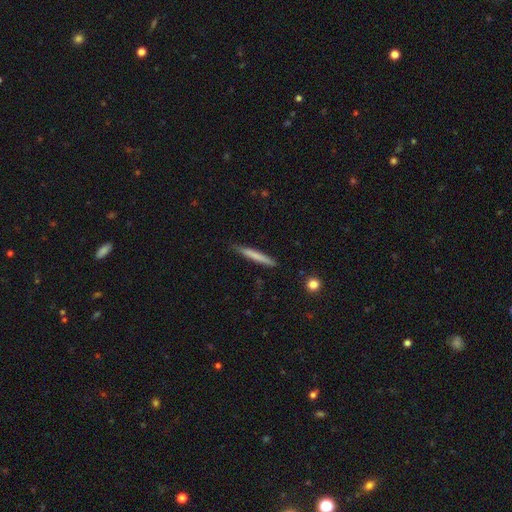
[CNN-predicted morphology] A smooth galaxy with no disk features (71%) that is cigar-shaped (96%). Merging: none (84%).